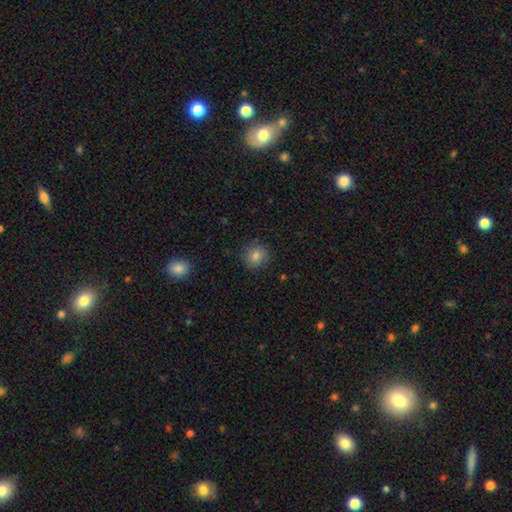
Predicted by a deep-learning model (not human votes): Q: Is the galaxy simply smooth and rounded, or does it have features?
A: smooth — 80%.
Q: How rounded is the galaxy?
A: round — 88%.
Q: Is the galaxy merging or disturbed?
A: none — 88%.